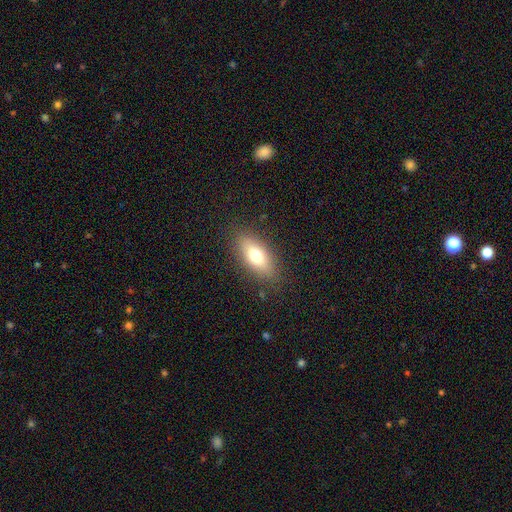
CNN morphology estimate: A smooth galaxy with no disk features (71%) that is in between round and cigar-shaped (81%). Merging: none (85%).